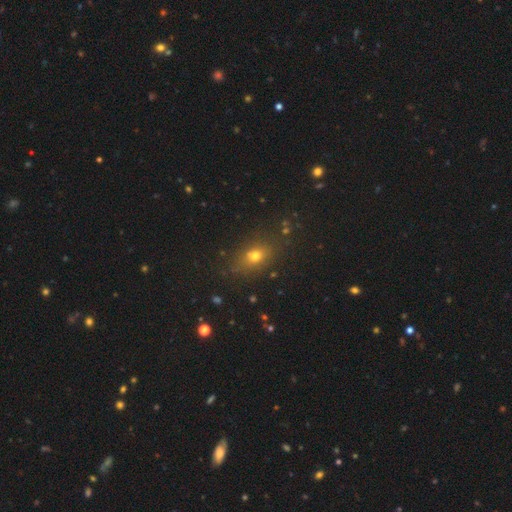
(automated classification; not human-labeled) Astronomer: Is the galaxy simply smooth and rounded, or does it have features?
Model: smooth — 69%.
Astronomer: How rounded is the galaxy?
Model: in between — 61%.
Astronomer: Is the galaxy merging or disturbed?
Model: none — 79%.